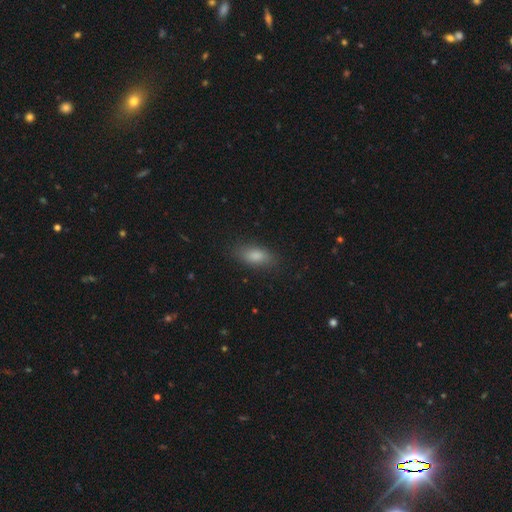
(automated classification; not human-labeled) smooth-or-featured: smooth: 83% | featured or disk: 9% | star or artifact: 8%
  how-rounded: in between: 85% | cigar-shaped: 11% | round: 4%
  merging: none: 83% | minor disturbance: 12% | major disturbance: 3% | merger: 1%